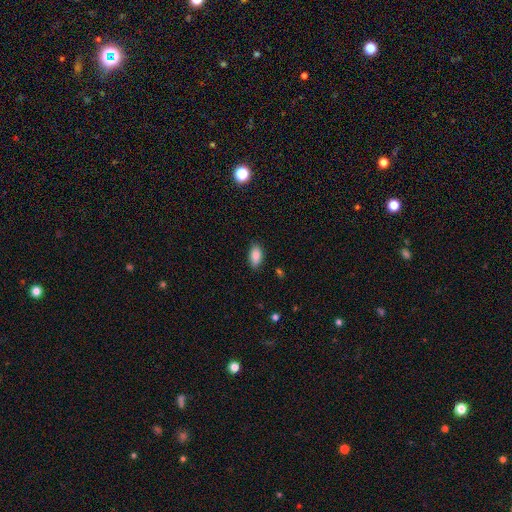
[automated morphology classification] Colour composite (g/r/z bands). It shows a smooth galaxy with no disk features (85%) that is in between round and cigar-shaped (91%). Merging: none (85%).